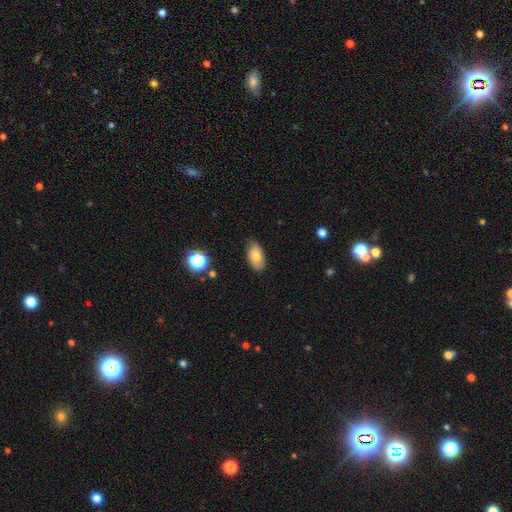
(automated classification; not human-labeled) Smooth or featured? smooth (77%)
How rounded? in between (93%)
Merging? none (77%)